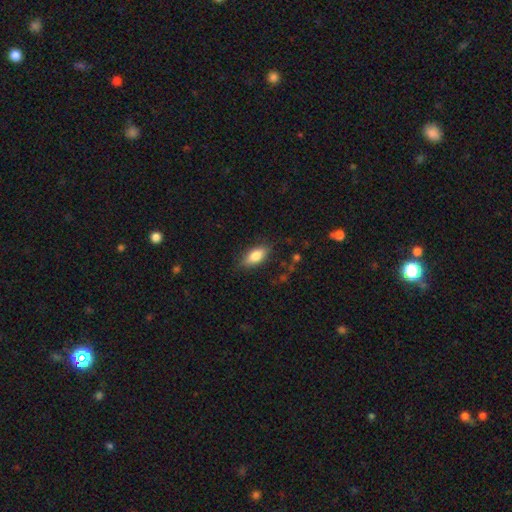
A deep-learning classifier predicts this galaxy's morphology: smooth_or_featured: smooth (p=0.81) [alt: featured or disk p=0.12]
how_rounded: in between (p=0.85) [alt: cigar-shaped p=0.12]
merging: none (p=0.80) [alt: minor disturbance p=0.15]